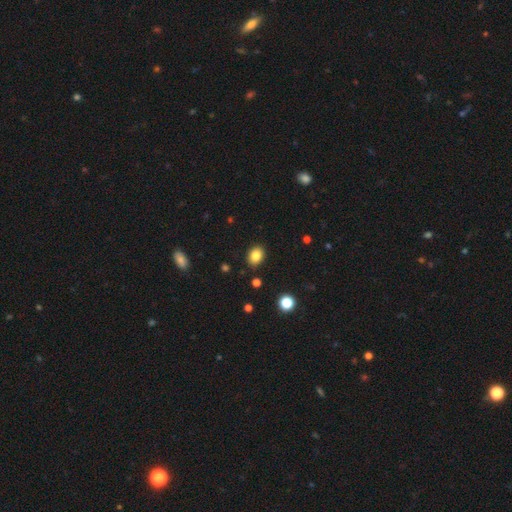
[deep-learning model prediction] smooth-or-featured: smooth: 84% | star or artifact: 10% | featured or disk: 6%
  how-rounded: in between: 65% | round: 34% | cigar-shaped: 1%
  merging: none: 88% | minor disturbance: 9% | major disturbance: 2% | merger: 1%